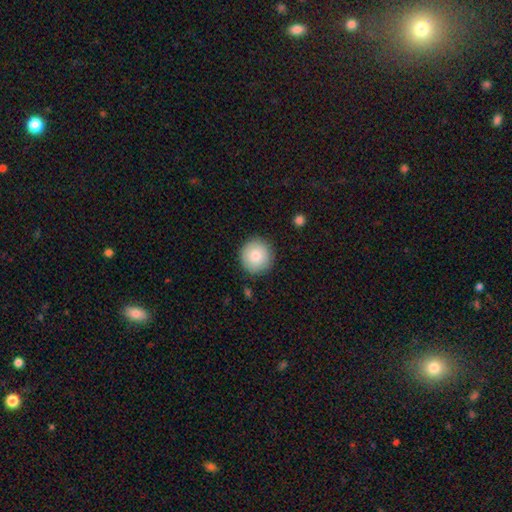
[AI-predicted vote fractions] smooth 81%, featured or disk 11%, star or artifact 8%. Down the decision tree: how rounded — round (94%); merging — none (87%).